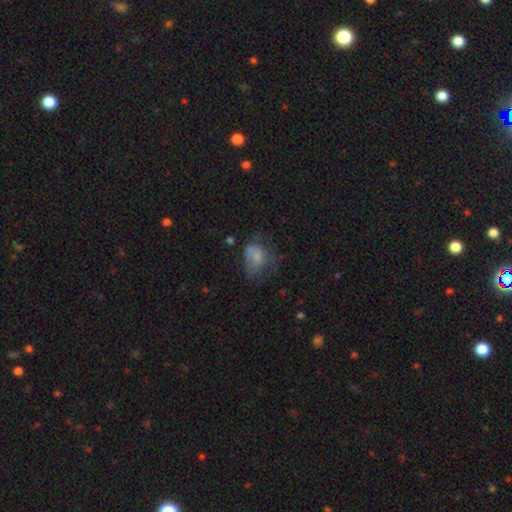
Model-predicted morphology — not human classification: Overall: smooth (62%; featured or disk 26%). How rounded: in between (69%). Merging: major disturbance (41%; none 28%).